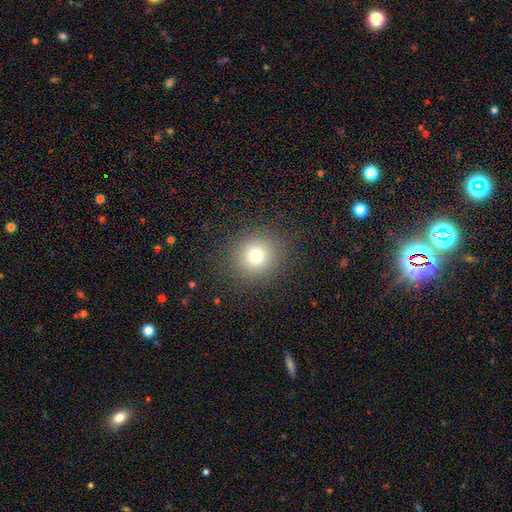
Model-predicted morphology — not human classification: A smooth galaxy with no disk features (74%) that is round (91%).

Vote fractions:
- Smooth or featured? smooth: 74% / star or artifact: 16% / featured or disk: 9%
- How rounded? round: 91% / in between: 8% / cigar-shaped: 1%
- Merging? none: 88% / minor disturbance: 7% / major disturbance: 4% / merger: 1%